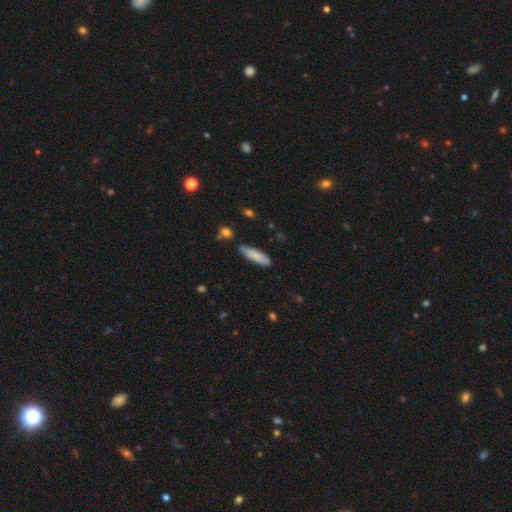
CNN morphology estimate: A smooth galaxy with no disk features (81%) that is cigar-shaped (55%).

Vote fractions:
- Smooth or featured? smooth: 81% / featured or disk: 13% / star or artifact: 6%
- How rounded? cigar-shaped: 55% / in between: 43% / round: 2%
- Merging? none: 82% / minor disturbance: 13% / merger: 3% / major disturbance: 2%